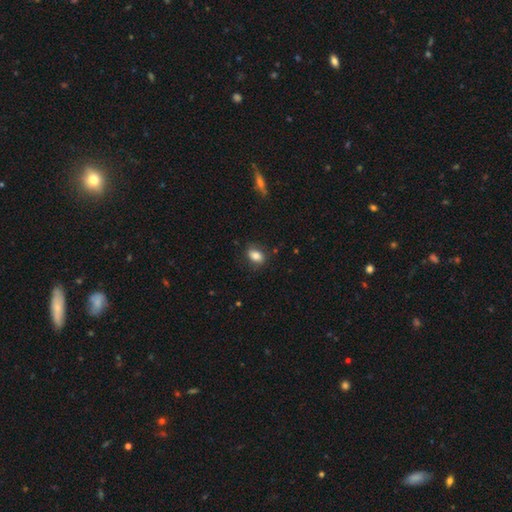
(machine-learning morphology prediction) Overall: smooth (82%). How rounded: in between (82%). Merging: none (79%).